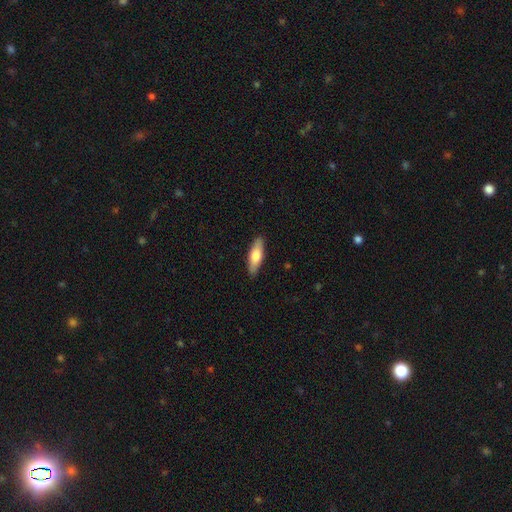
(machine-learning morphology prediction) The model was most divided on "how rounded": in between: 50%, cigar-shaped: 48%, round: 2%. More confident: merging — none (89%); smooth or featured — smooth (68%).